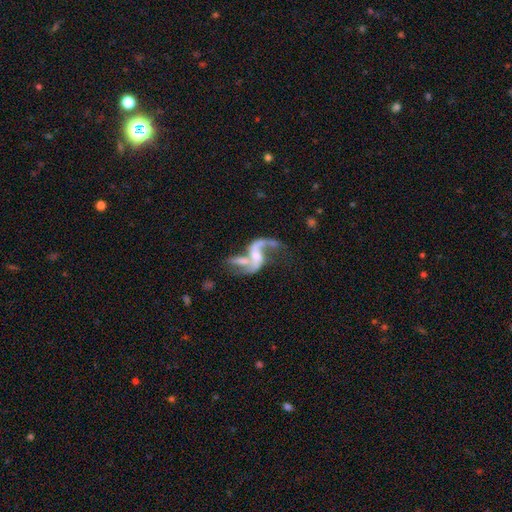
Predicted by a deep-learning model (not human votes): Overall: featured or disk (81%). Edge-on disk: no (97%). Bar: no (47%; weak 37%). Spiral arms: yes (85%). Spiral arm count: 2 (77%). Spiral winding: loose (84%). Bulge size: small (34%; moderate 33%). Merging: merger (41%; major disturbance 24%).